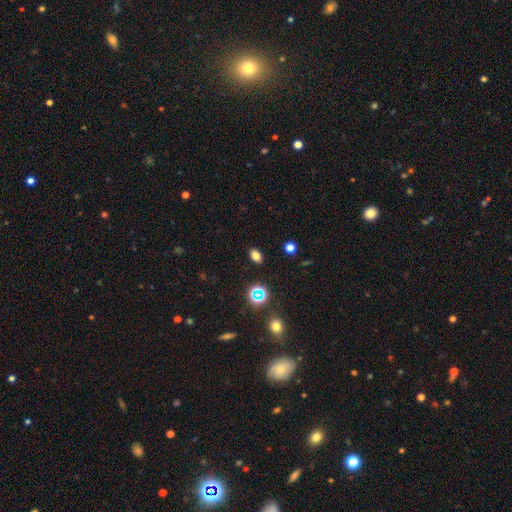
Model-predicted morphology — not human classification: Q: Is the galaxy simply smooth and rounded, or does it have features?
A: smooth — 74%.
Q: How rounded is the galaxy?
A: in between — 80%.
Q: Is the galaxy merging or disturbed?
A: none — 88%.